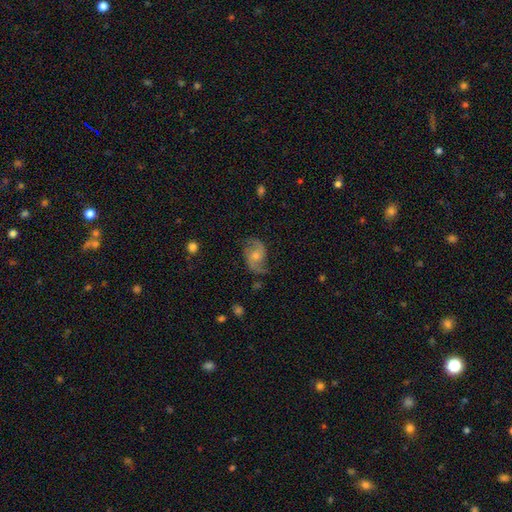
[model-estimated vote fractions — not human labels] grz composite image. It shows a featured or disk galaxy (82%) with no bar (61%), 2 (90%) medium (44%) spiral arms (95%) and a moderate central bulge (49%). Merging: none (73%).